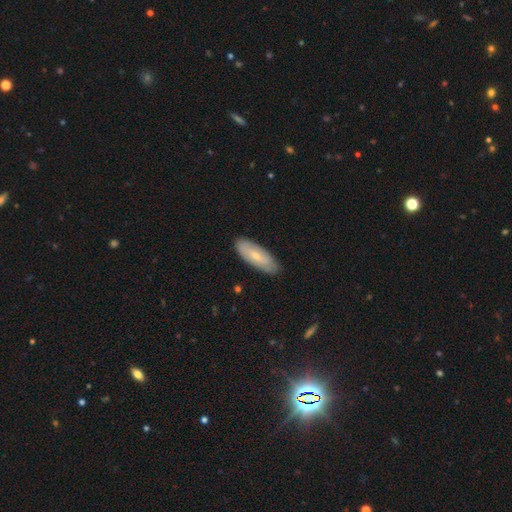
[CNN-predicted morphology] A smooth galaxy with no disk features (64%) that is in between round and cigar-shaped (71%). Merging: none (86%).